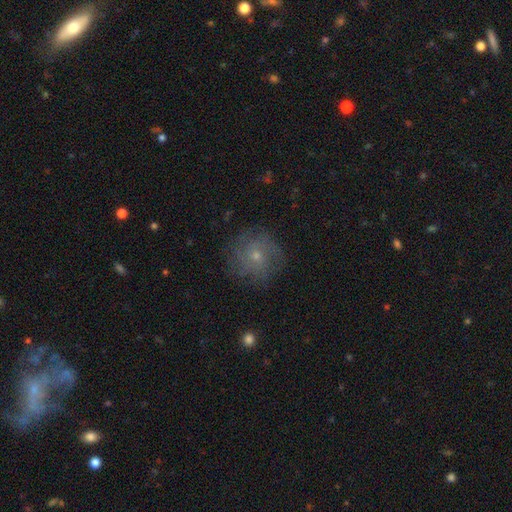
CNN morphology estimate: A featured or disk galaxy (45%). Merging: none (76%).